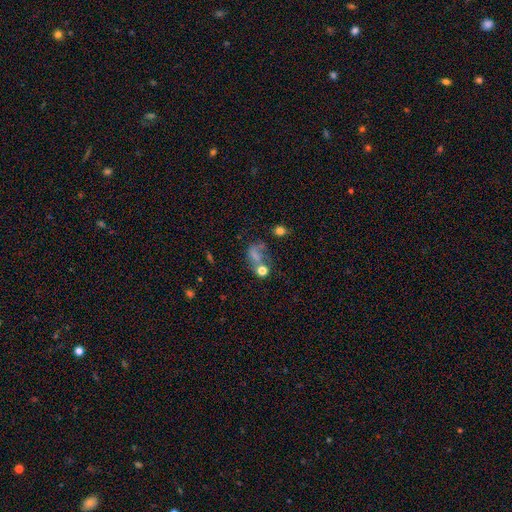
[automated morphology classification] smooth-or-featured: smooth: 53% | featured or disk: 25% | star or artifact: 22%
  how-rounded: in between: 61% | round: 36% | cigar-shaped: 3%
  merging: major disturbance: 33% | merger: 26% | none: 25% | minor disturbance: 16%